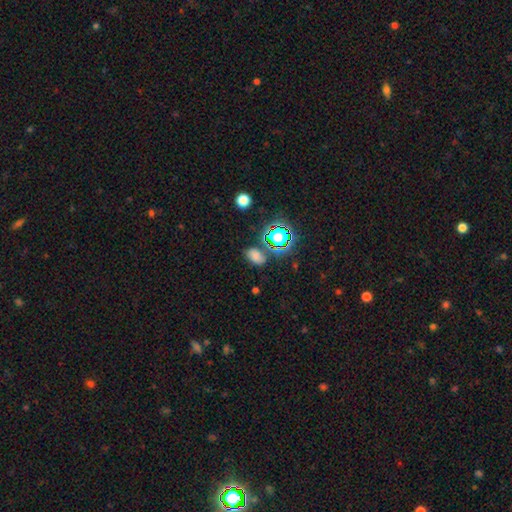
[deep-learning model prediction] A smooth galaxy with no disk features (65%) that is in between round and cigar-shaped (84%). Merging: none (70%).